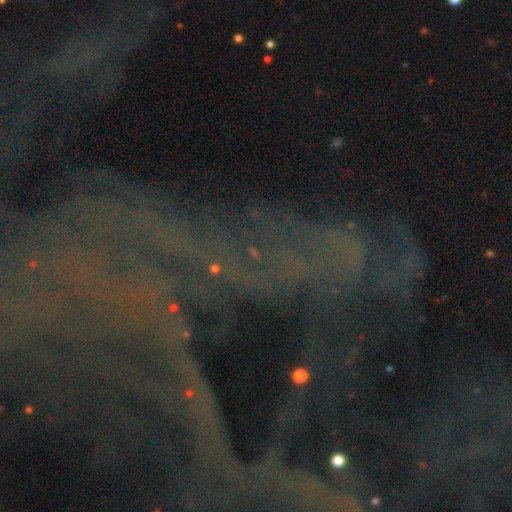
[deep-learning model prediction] Smooth or featured? Predicted: star or artifact (p=0.78).